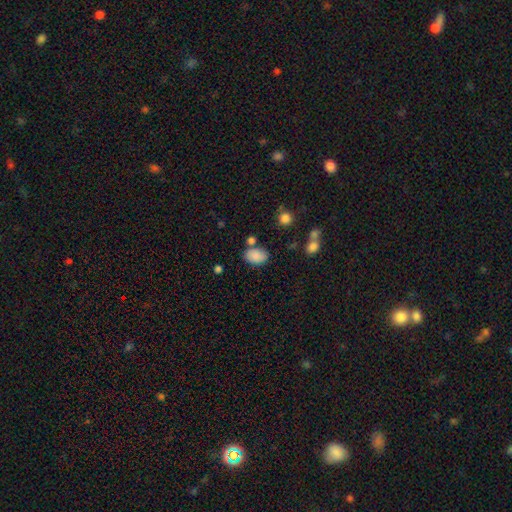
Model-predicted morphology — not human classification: Q: Smooth or featured?
A: smooth (86%); runner-up: star or artifact (9%)
Q: How rounded?
A: in between (85%); runner-up: round (14%)
Q: Merging?
A: none (70%); runner-up: minor disturbance (15%)